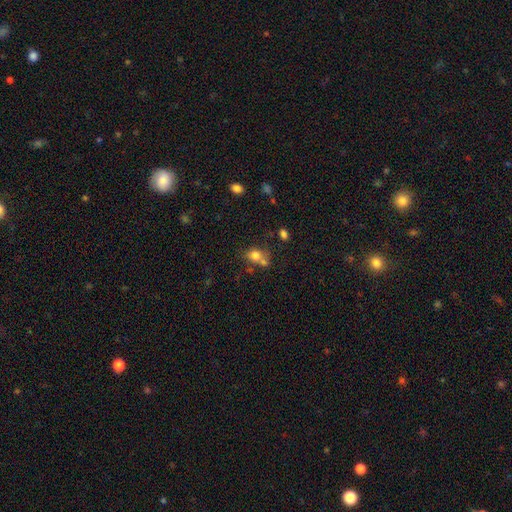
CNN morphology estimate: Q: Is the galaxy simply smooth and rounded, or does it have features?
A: smooth — 76%.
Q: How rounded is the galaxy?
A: round — 54%.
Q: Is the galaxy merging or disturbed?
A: none — 42%.